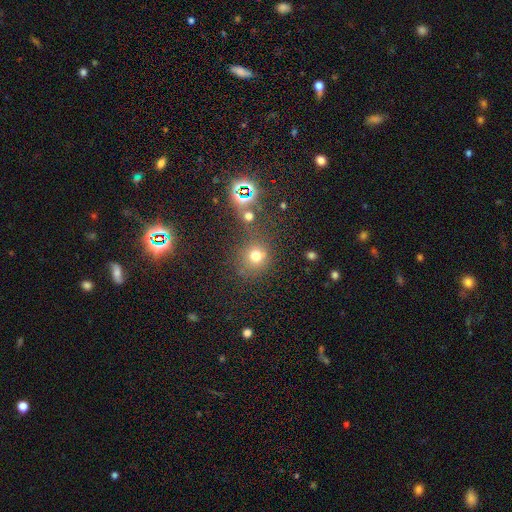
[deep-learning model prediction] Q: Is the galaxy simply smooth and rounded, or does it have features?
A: smooth — 68%.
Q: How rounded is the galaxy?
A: round — 87%.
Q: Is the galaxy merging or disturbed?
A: none — 68%.